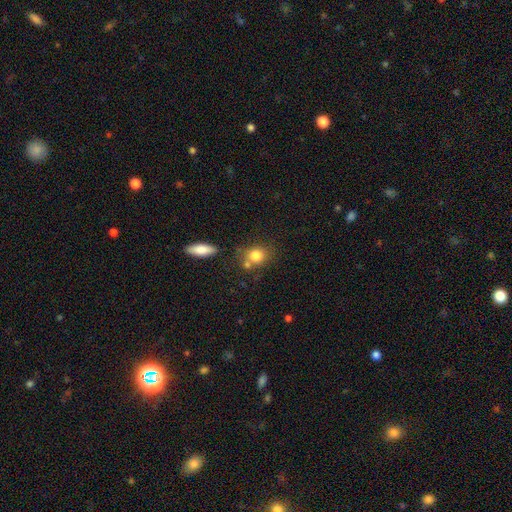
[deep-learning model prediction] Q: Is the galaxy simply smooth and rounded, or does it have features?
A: smooth — 81%.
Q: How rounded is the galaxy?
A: round — 62%.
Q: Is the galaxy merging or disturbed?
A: none — 60%.